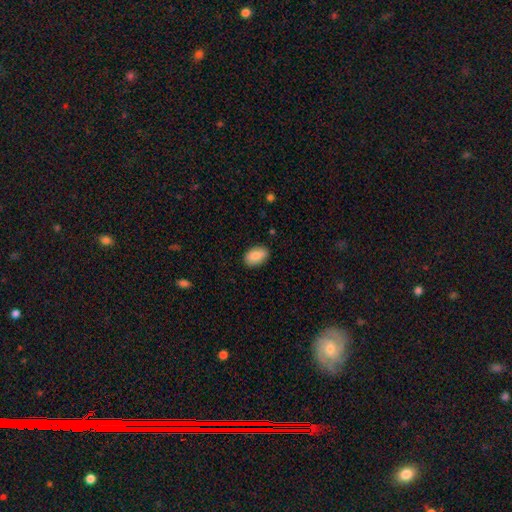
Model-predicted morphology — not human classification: Smooth or featured: smooth — 87% (star or artifact — 7%)
How rounded: in between — 91% (round — 7%)
Merging: none — 84% (minor disturbance — 12%)